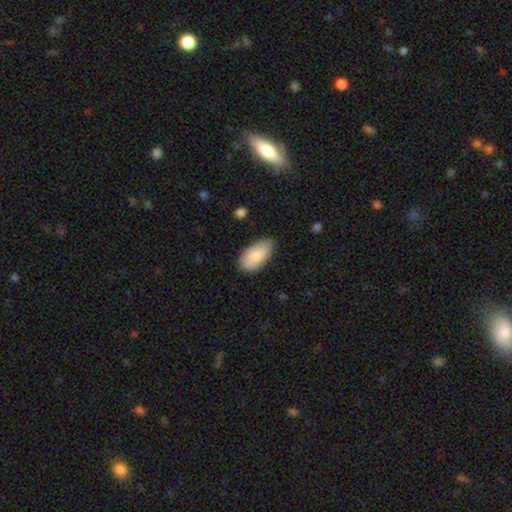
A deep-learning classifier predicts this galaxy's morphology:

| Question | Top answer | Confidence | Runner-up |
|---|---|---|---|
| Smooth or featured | smooth | 85% | featured or disk (9%) |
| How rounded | in between | 95% | cigar-shaped (3%) |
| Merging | none | 78% | minor disturbance (18%) |